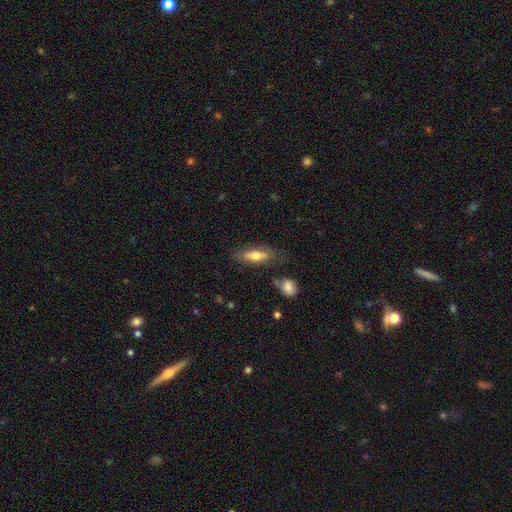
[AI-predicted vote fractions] smooth-or-featured: smooth: 59% | featured or disk: 34% | star or artifact: 7%
  how-rounded: in between: 59% | cigar-shaped: 39% | round: 3%
  merging: none: 69% | minor disturbance: 19% | major disturbance: 7% | merger: 5%